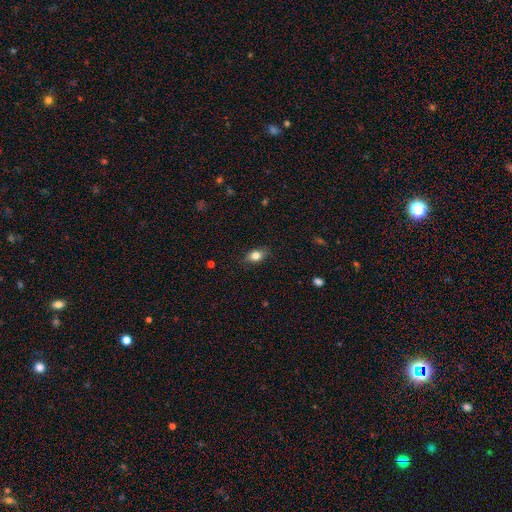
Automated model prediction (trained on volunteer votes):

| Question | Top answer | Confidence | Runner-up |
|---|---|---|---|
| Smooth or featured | smooth | 80% | featured or disk (11%) |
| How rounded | in between | 77% | round (19%) |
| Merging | none | 84% | minor disturbance (12%) |